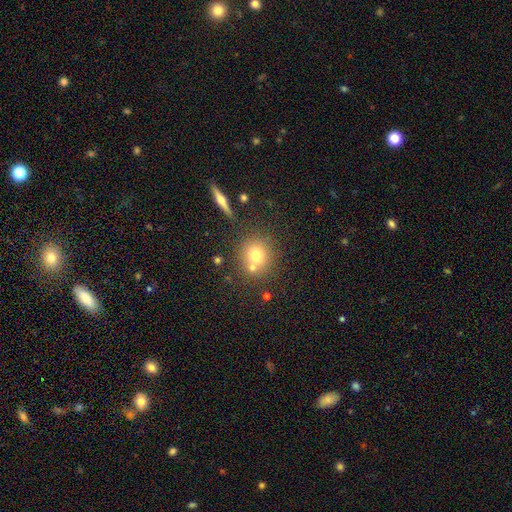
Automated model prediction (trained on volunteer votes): The model was most divided on "merging": none: 64%, merger: 22%, minor disturbance: 10%, major disturbance: 3%. More confident: how rounded — round (85%); smooth or featured — smooth (73%).